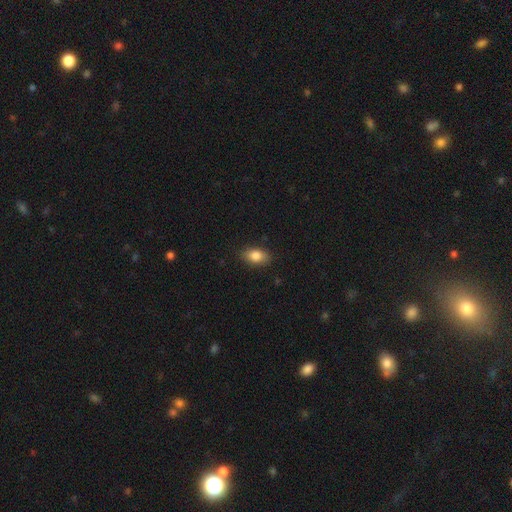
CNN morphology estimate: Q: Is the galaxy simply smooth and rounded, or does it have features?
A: smooth — 83%.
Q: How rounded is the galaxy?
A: in between — 88%.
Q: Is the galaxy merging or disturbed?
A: none — 87%.